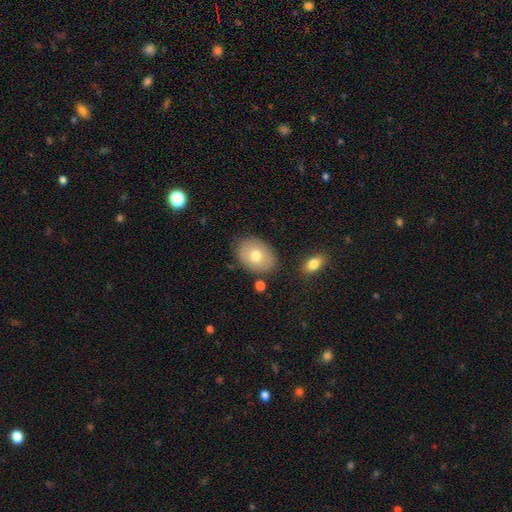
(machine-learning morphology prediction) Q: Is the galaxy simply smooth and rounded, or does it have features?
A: smooth — 73%.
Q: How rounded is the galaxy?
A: in between — 74%.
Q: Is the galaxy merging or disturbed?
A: none — 81%.